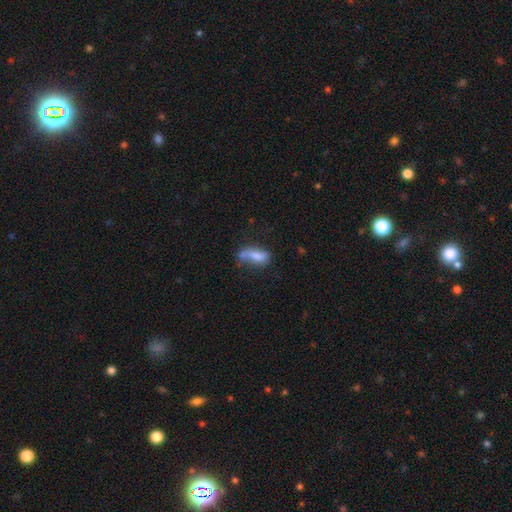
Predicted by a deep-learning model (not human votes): Q: Smooth or featured?
A: smooth (67%); runner-up: featured or disk (23%)
Q: How rounded?
A: in between (71%); runner-up: cigar-shaped (26%)
Q: Merging?
A: none (34%); runner-up: minor disturbance (27%)